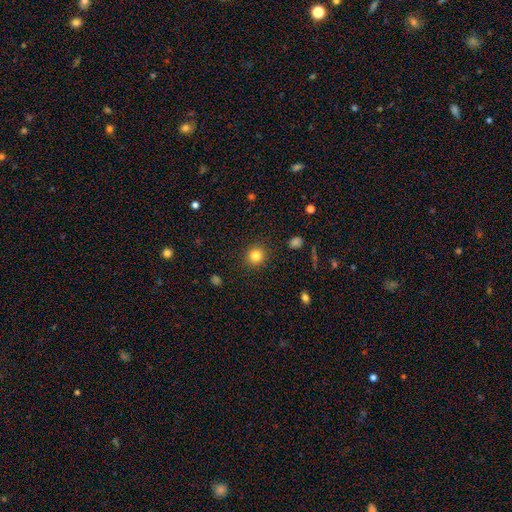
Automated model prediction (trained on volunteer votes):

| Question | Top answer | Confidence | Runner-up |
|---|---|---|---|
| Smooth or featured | smooth | 83% | star or artifact (12%) |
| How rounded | round | 91% | in between (8%) |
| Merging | none | 90% | minor disturbance (6%) |